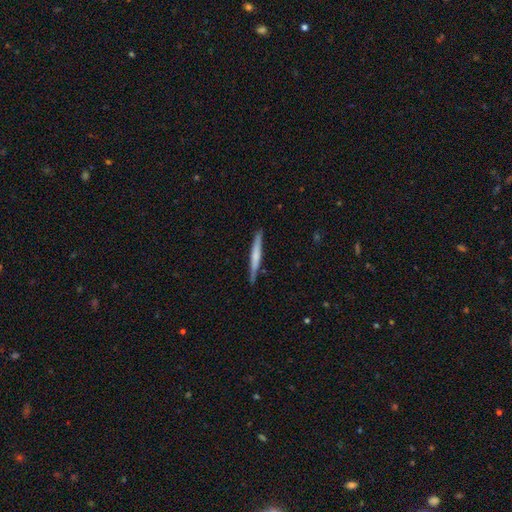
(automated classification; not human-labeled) smooth-or-featured: smooth: 52% | featured or disk: 43% | star or artifact: 5%
  how-rounded: cigar-shaped: 96% | in between: 3% | round: 1%
  merging: none: 87% | minor disturbance: 10% | major disturbance: 2% | merger: 1%